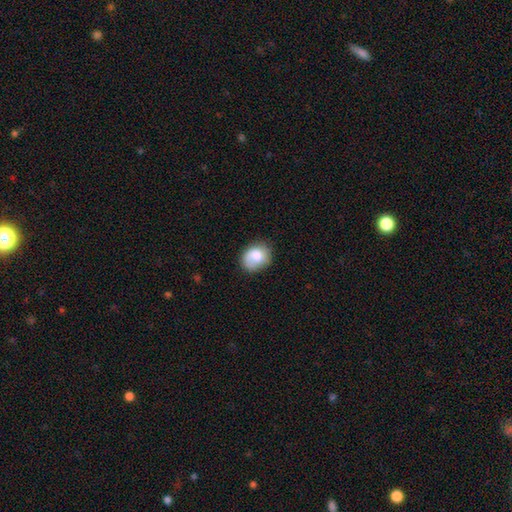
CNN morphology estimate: Q: Smooth or featured?
A: smooth (74%); runner-up: featured or disk (19%)
Q: How rounded?
A: round (54%); runner-up: in between (45%)
Q: Merging?
A: none (69%); runner-up: minor disturbance (22%)